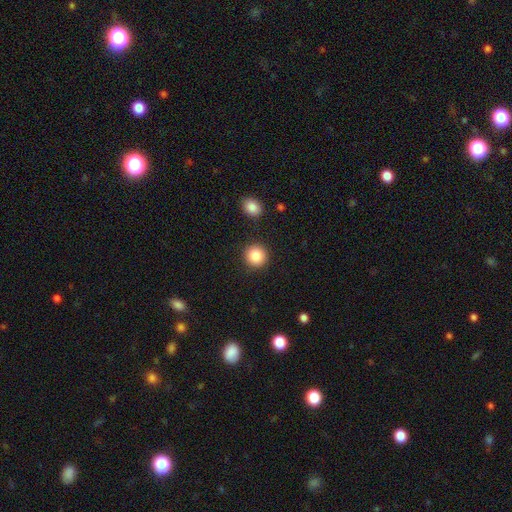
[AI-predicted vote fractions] smooth-or-featured: smooth: 85% | star or artifact: 9% | featured or disk: 6%
  how-rounded: round: 93% | in between: 6% | cigar-shaped: 1%
  merging: none: 89% | minor disturbance: 6% | merger: 3% | major disturbance: 2%